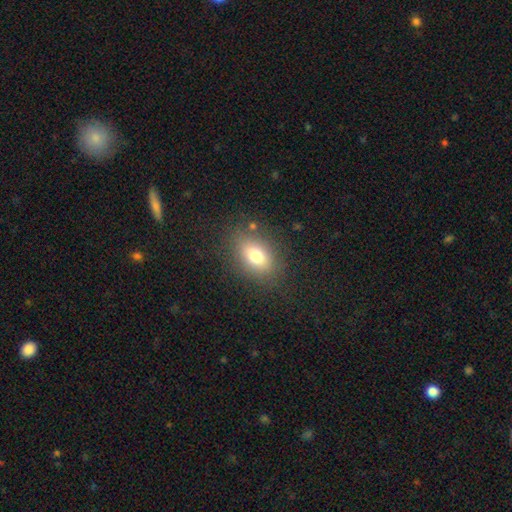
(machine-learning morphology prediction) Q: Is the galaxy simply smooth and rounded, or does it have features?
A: smooth — 76%.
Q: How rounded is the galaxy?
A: in between — 77%.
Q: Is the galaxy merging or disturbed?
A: none — 81%.